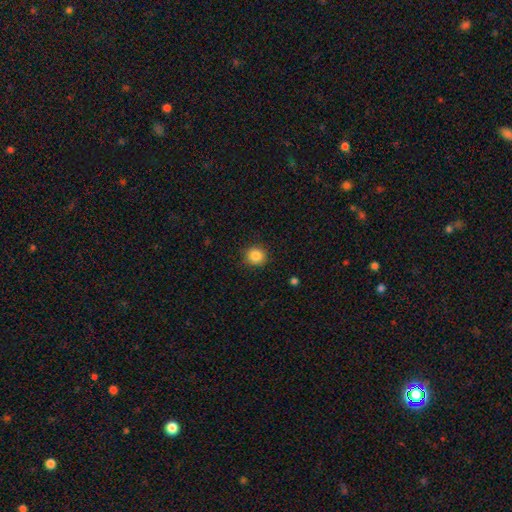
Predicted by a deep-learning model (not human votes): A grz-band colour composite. It shows a smooth galaxy with no disk features (85%) that is round (89%). Merging: none (89%).